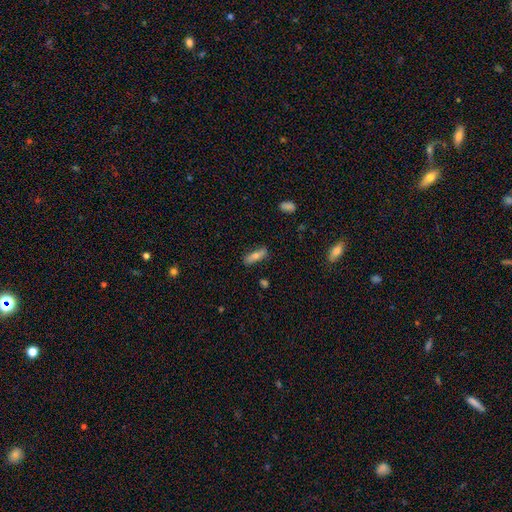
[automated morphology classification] smooth-or-featured: smooth: 61% | featured or disk: 31% | star or artifact: 8%
  how-rounded: in between: 50% | cigar-shaped: 46% | round: 3%
  merging: none: 81% | minor disturbance: 13% | major disturbance: 3% | merger: 2%